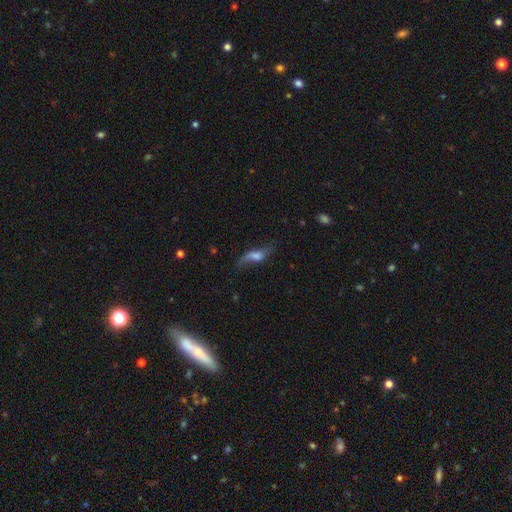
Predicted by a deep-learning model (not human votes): Smooth or featured: featured or disk — 47% (smooth — 43%)
Merging: none — 46% (minor disturbance — 26%)